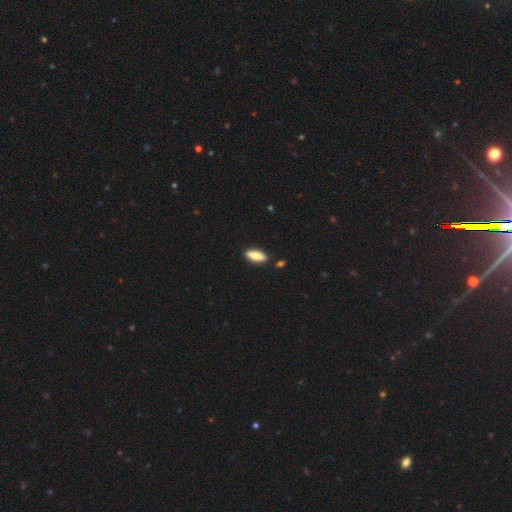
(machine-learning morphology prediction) smooth 76%, featured or disk 18%, star or artifact 6%. Down the decision tree: how rounded — in between (63%); merging — none (87%).